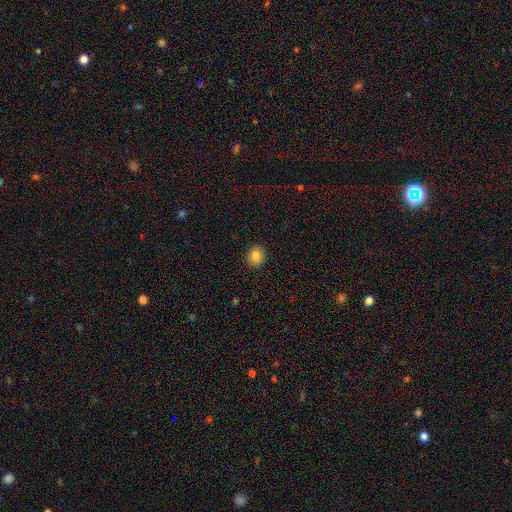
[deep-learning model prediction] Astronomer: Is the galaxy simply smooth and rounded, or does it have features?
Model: smooth — 83%.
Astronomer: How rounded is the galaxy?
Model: round — 68%.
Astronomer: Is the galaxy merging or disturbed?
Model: none — 89%.